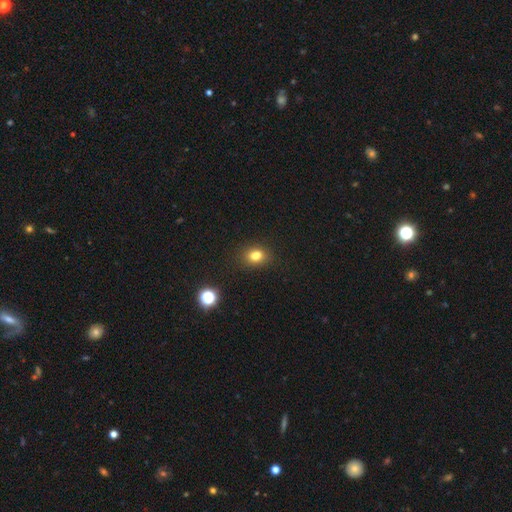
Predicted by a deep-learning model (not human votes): smooth_or_featured: smooth (p=0.79) [alt: star or artifact p=0.14]
how_rounded: in between (p=0.55) [alt: round p=0.44]
merging: none (p=0.81) [alt: minor disturbance p=0.12]